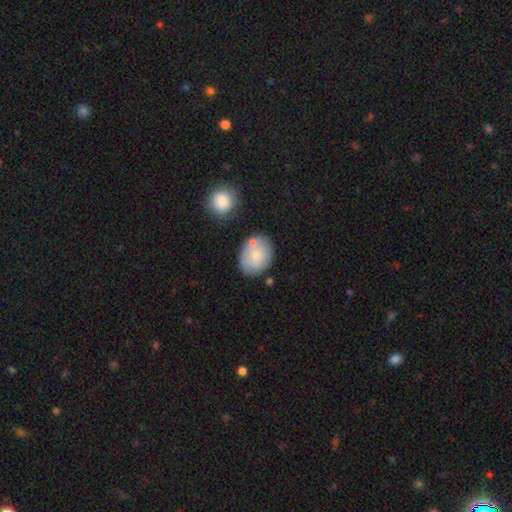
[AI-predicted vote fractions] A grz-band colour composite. It shows a smooth galaxy with no disk features (74%) that is in between round and cigar-shaped (61%). Merging: none (68%).